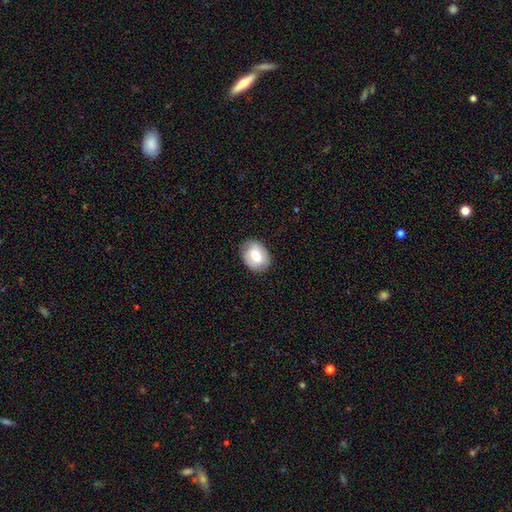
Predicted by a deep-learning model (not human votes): smooth_or_featured: smooth (p=0.65) [alt: featured or disk p=0.27]
how_rounded: in between (p=0.67) [alt: round p=0.32]
merging: none (p=0.80) [alt: minor disturbance p=0.15]